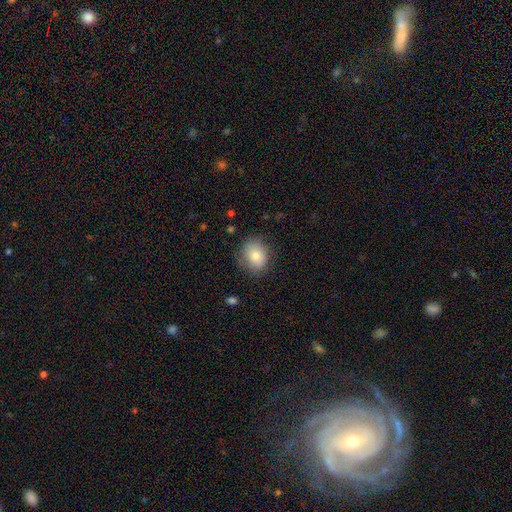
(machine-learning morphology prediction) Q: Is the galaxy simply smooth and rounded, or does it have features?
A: smooth — 78%.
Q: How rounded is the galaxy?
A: round — 61%.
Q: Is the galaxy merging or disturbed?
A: none — 77%.